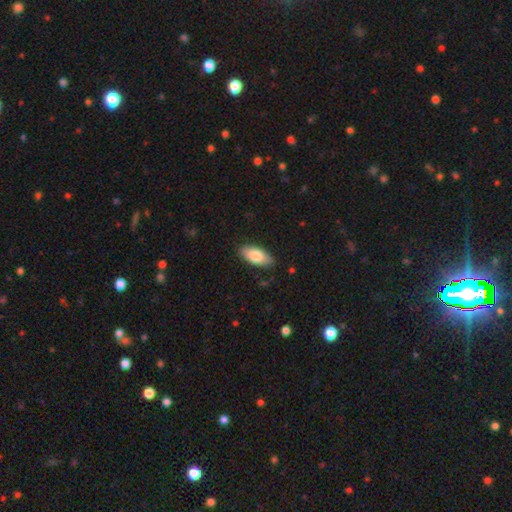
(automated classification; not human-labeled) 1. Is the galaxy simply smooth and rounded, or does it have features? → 81% smooth, 14% featured or disk, 6% star or artifact.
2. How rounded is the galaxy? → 90% in between, 8% cigar-shaped, 2% round.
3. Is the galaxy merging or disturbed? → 86% none, 11% minor disturbance, 2% major disturbance, 1% merger.